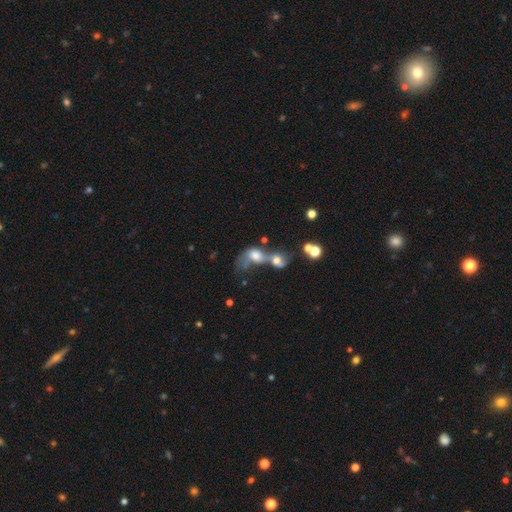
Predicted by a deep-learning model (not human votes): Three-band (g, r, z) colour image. It shows a smooth galaxy with no disk features (61%) that is in between round and cigar-shaped (61%). Merging: merger (72%).